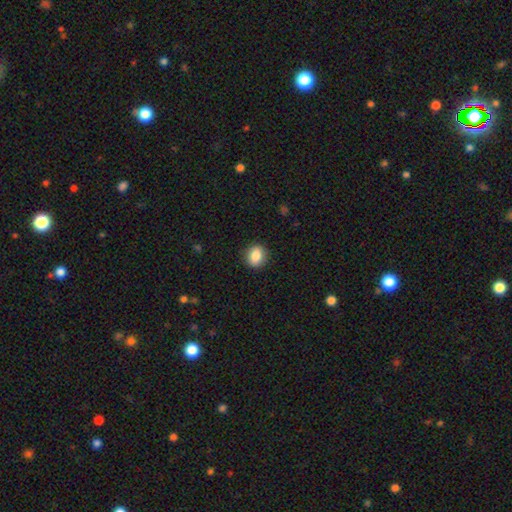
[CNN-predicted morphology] This is clearly a smooth galaxy (86%). How rounded: likely round (62%). Merging: clearly none (89%).